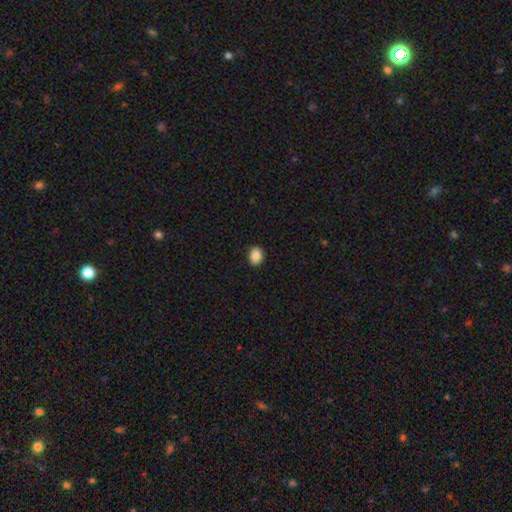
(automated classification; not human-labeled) Morphology: type=smooth (87%); roundness=in between (55%); merging=none (90%).